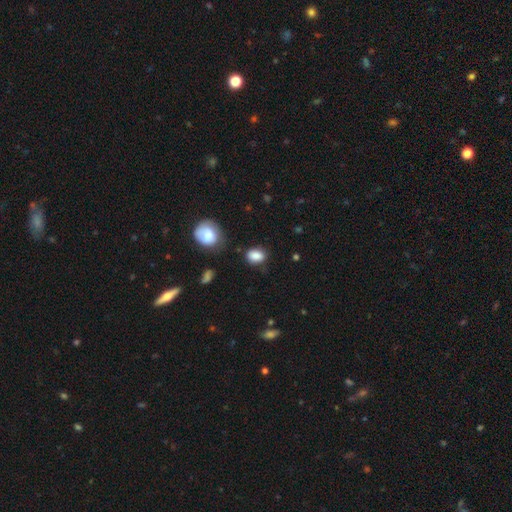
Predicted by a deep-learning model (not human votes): Smooth or featured? smooth (86%)
How rounded? in between (70%)
Merging? none (74%)